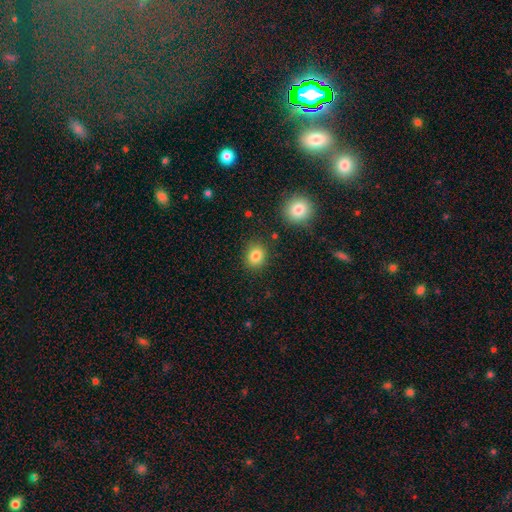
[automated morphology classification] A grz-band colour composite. It shows a smooth galaxy with no disk features (83%) that is round (69%). Merging: none (85%).